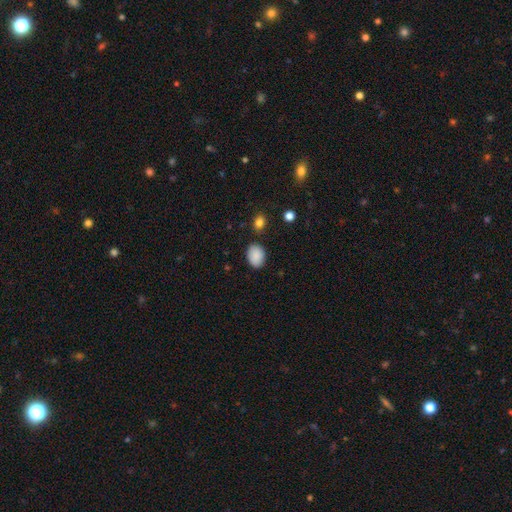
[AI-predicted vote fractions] Smooth or featured?
  - smooth: 89% *
  - star or artifact: 7%
  - featured or disk: 4%
How rounded?
  - in between: 72% *
  - round: 27%
  - cigar-shaped: 1%
Merging?
  - none: 84% *
  - minor disturbance: 11%
  - major disturbance: 3%
  - merger: 2%